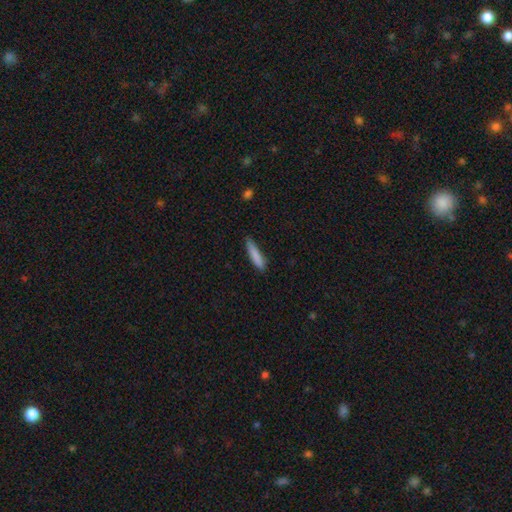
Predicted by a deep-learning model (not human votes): Smooth or featured: smooth — 84% (featured or disk — 9%)
How rounded: cigar-shaped — 85% (in between — 14%)
Merging: none — 81% (minor disturbance — 16%)